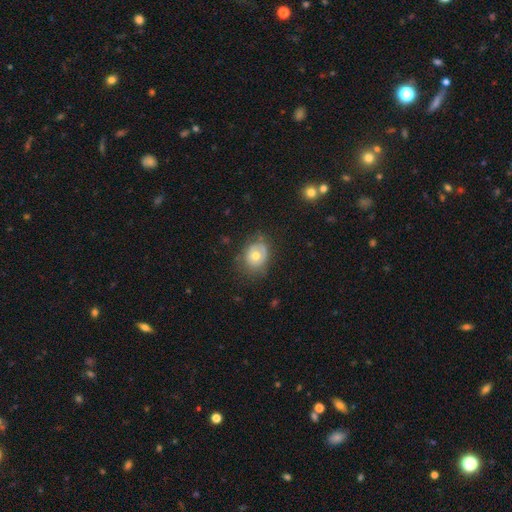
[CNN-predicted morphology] The model was most divided on "smooth or featured": smooth: 51%, featured or disk: 40%, star or artifact: 8%. More confident: merging — none (63%); how rounded — round (57%).